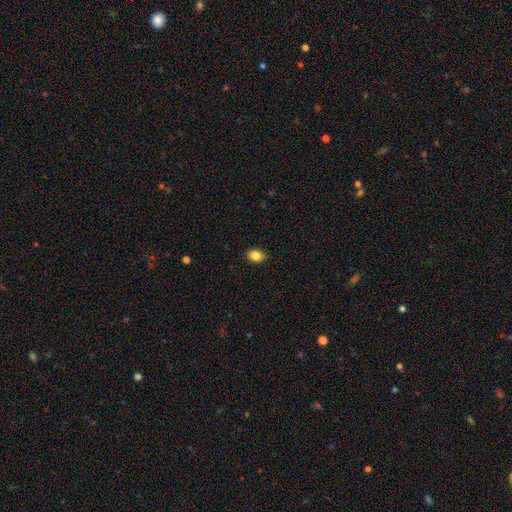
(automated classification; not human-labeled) smooth 84%, star or artifact 9%, featured or disk 7%. Down the decision tree: how rounded — in between (72%); merging — none (88%).